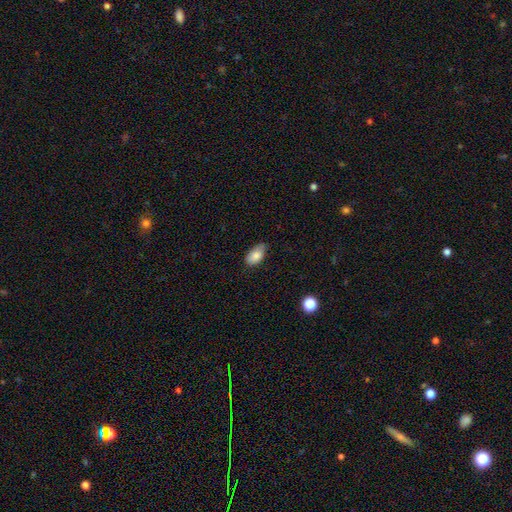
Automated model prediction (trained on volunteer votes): This is clearly a smooth galaxy (82%). How rounded: clearly in between (93%). Merging: likely none (61%).